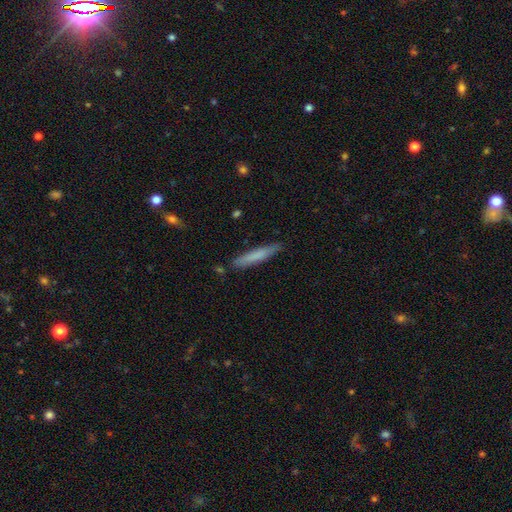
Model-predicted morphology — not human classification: Overall: smooth (73%). How rounded: cigar-shaped (93%). Merging: none (84%).